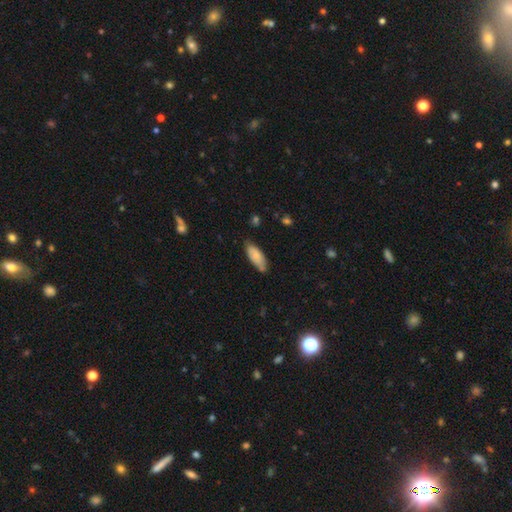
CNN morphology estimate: Smooth or featured?
  - smooth: 80% *
  - featured or disk: 14%
  - star or artifact: 6%
How rounded?
  - in between: 77% *
  - cigar-shaped: 21%
  - round: 2%
Merging?
  - none: 63% *
  - minor disturbance: 29%
  - major disturbance: 5%
  - merger: 3%